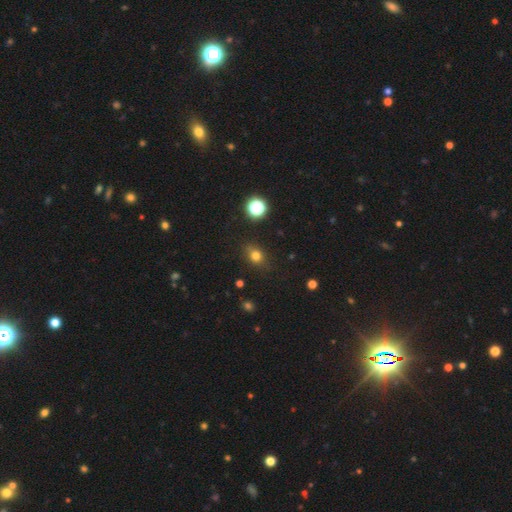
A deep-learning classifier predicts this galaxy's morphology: Smooth or featured: smooth — 77% (star or artifact — 16%)
How rounded: round — 56% (in between — 42%)
Merging: none — 80% (minor disturbance — 14%)